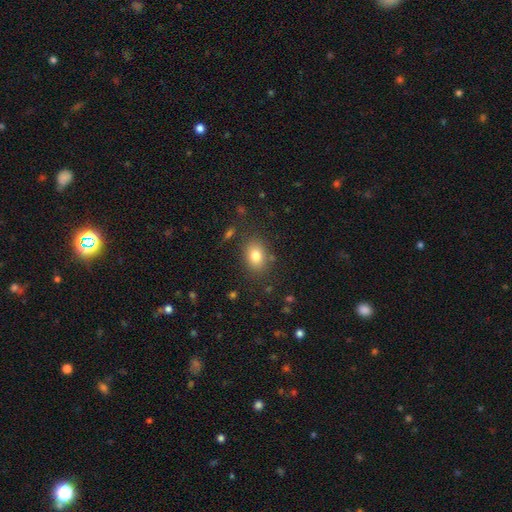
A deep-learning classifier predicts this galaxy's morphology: type=smooth (79%); roundness=in between (66%); merging=none (82%).